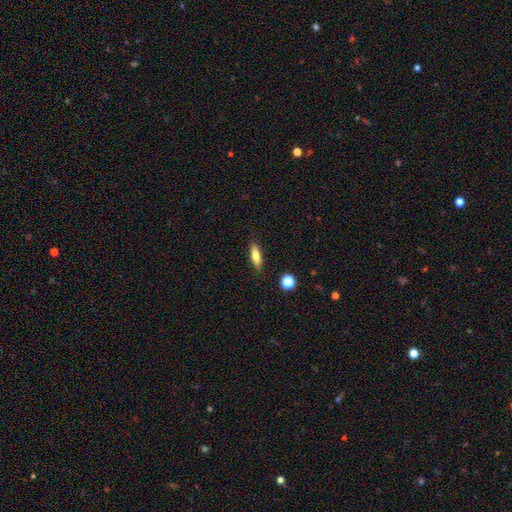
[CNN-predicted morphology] A smooth galaxy with no disk features (73%) that is cigar-shaped (56%).

Vote fractions:
- Smooth or featured? smooth: 73% / featured or disk: 19% / star or artifact: 8%
- How rounded? cigar-shaped: 56% / in between: 41% / round: 3%
- Merging? none: 86% / minor disturbance: 10% / major disturbance: 2% / merger: 2%